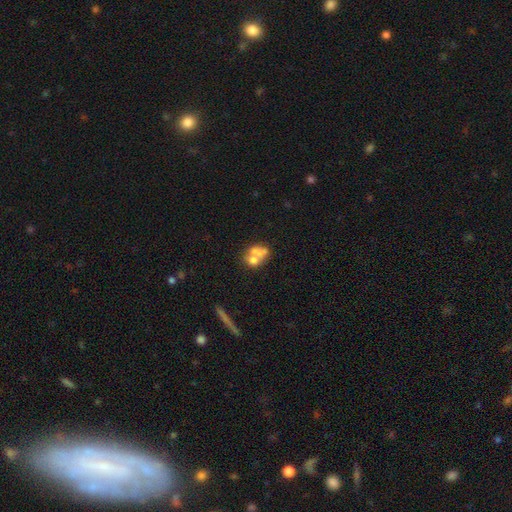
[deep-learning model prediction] This is possibly a smooth galaxy (55%). How rounded: likely in between (61%). Merging: possibly merger (51%).